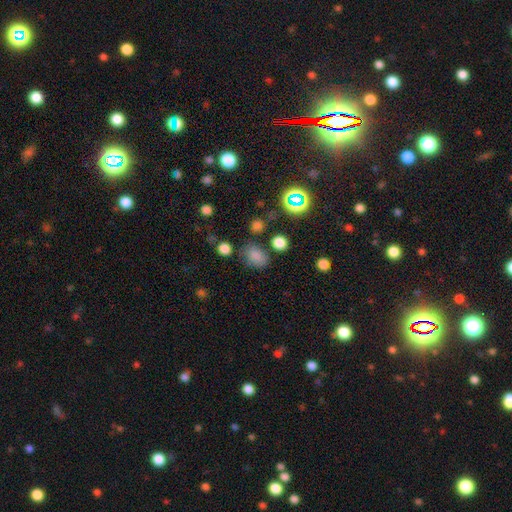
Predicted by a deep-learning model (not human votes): smooth_or_featured: smooth (p=0.78) [alt: star or artifact p=0.17]
how_rounded: in between (p=0.70) [alt: round p=0.29]
merging: none (p=0.71) [alt: minor disturbance p=0.16]